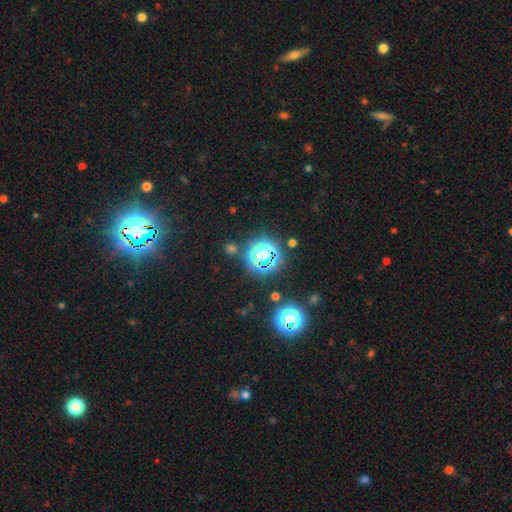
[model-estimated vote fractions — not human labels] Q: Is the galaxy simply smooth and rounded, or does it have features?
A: star or artifact — 80%.